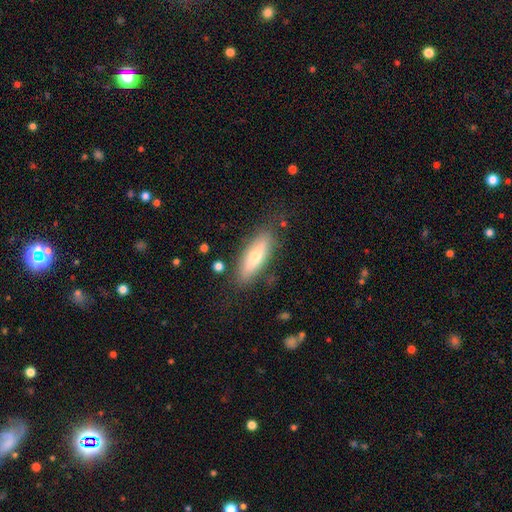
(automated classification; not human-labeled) smooth 64%, featured or disk 29%, star or artifact 7%. Down the decision tree: how rounded — in between (53%); merging — none (81%).